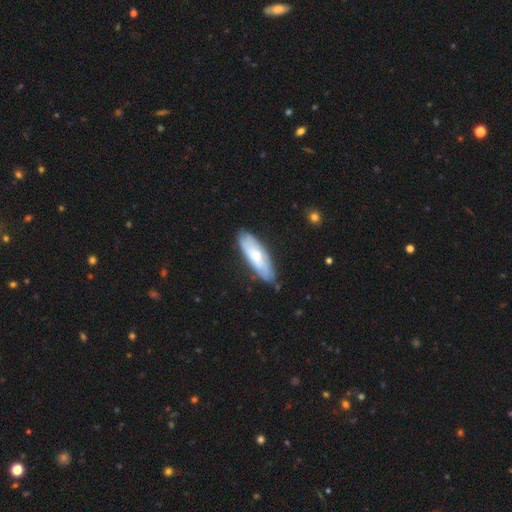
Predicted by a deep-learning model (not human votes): This is possibly a smooth galaxy (51%). How rounded: possibly in between (54%). Merging: clearly none (80%).